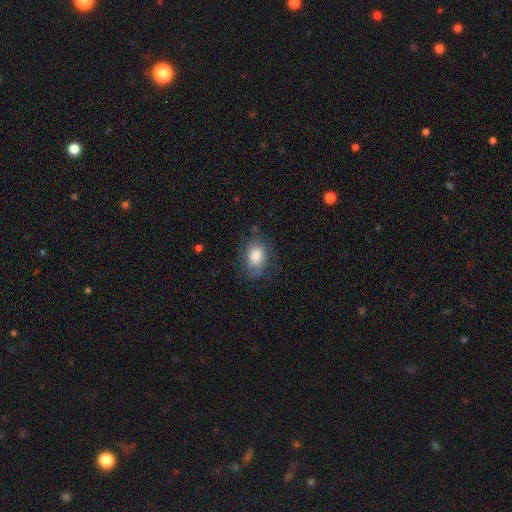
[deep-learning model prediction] Q: Smooth or featured?
A: smooth (80%); runner-up: featured or disk (13%)
Q: How rounded?
A: in between (81%); runner-up: round (18%)
Q: Merging?
A: none (67%); runner-up: minor disturbance (23%)